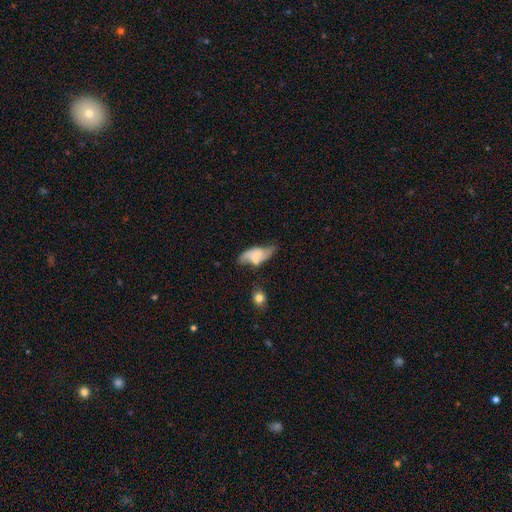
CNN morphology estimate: Smooth or featured?
  - featured or disk: 65% *
  - smooth: 27%
  - star or artifact: 7%
Edge-on disk?
  - no: 92% *
  - yes: 8%
Bar?
  - no: 47% *
  - weak: 38%
  - strong: 15%
Spiral arms?
  - yes: 89% *
  - no: 11%
Spiral winding?
  - loose: 58% *
  - medium: 31%
  - tight: 11%
Spiral arm count?
  - 2: 89% *
  - can't tell: 6%
  - 1: 2%
  - 3: 1%
  - 4: 1%
  - more than 4: 1%
Bulge size?
  - none: 39% *
  - small: 34%
  - moderate: 19%
  - large: 6%
  - dominant: 2%
Merging?
  - none: 56% *
  - minor disturbance: 26%
  - major disturbance: 11%
  - merger: 7%